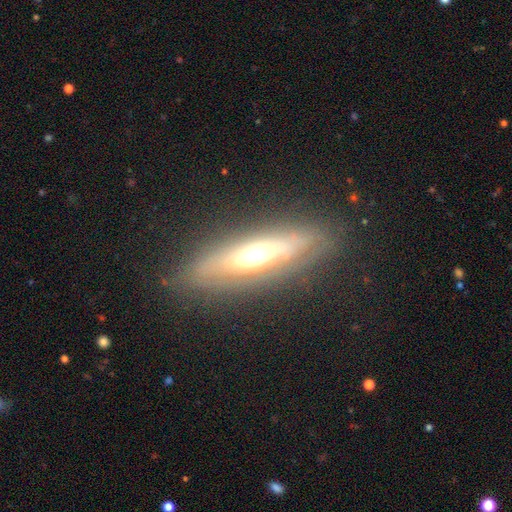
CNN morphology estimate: type=featured or disk (65%); edge-on=yes (64%); merging=none (81%).